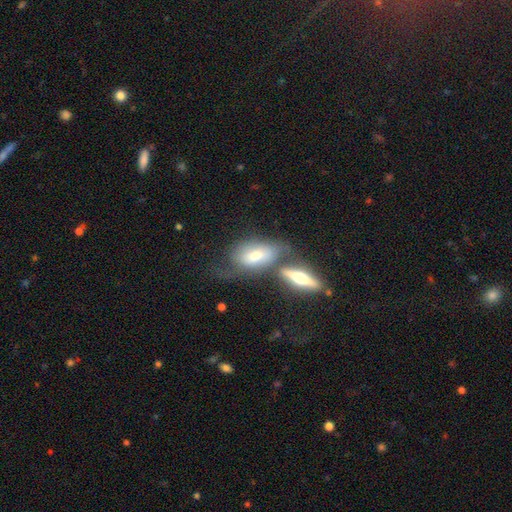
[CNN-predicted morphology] Q: Smooth or featured?
A: smooth (51%); runner-up: featured or disk (41%)
Q: How rounded?
A: in between (82%); runner-up: cigar-shaped (13%)
Q: Merging?
A: merger (45%); runner-up: none (30%)